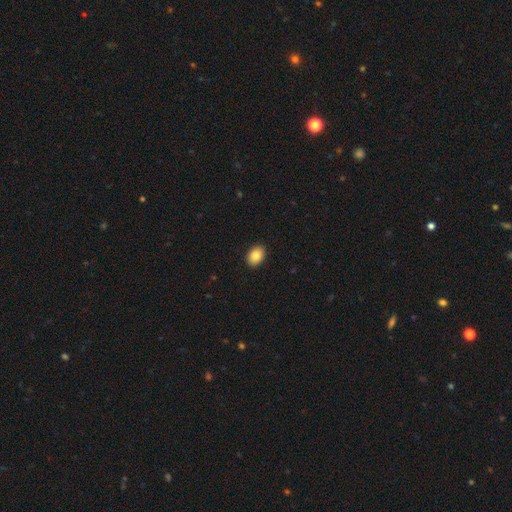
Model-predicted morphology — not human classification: A smooth galaxy with no disk features (87%) that is in between round and cigar-shaped (80%). Merging: none (90%).